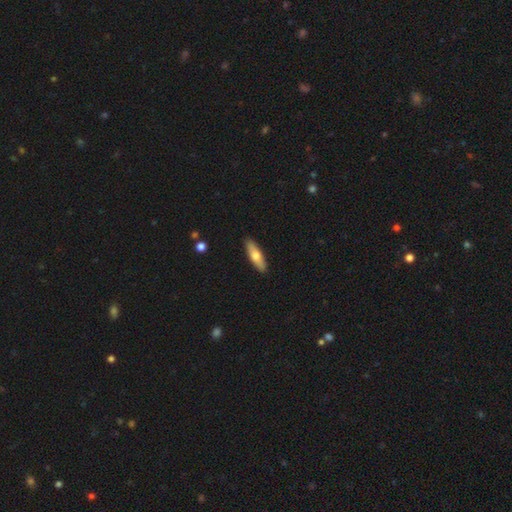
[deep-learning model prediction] The model was most divided on "how rounded": cigar-shaped: 58%, in between: 40%, round: 2%. More confident: merging — none (90%); smooth or featured — smooth (62%).